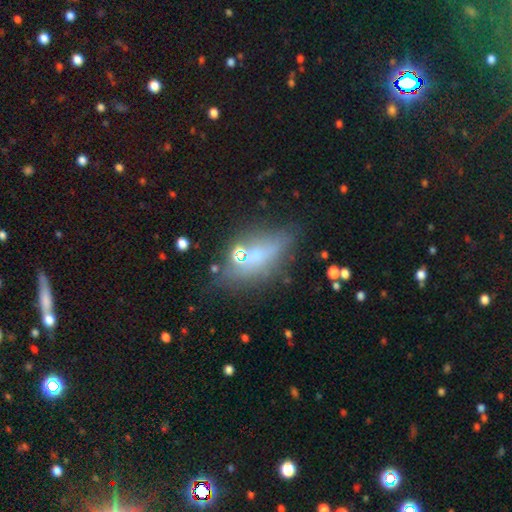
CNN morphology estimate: Smooth or featured? smooth (47%)
Merging? none (70%)